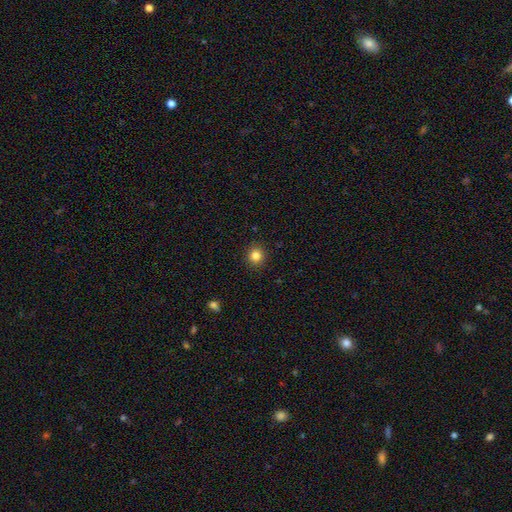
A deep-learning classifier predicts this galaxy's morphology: The model was most divided on "smooth or featured": smooth: 83%, star or artifact: 12%, featured or disk: 5%. More confident: merging — none (92%); how rounded — round (92%).